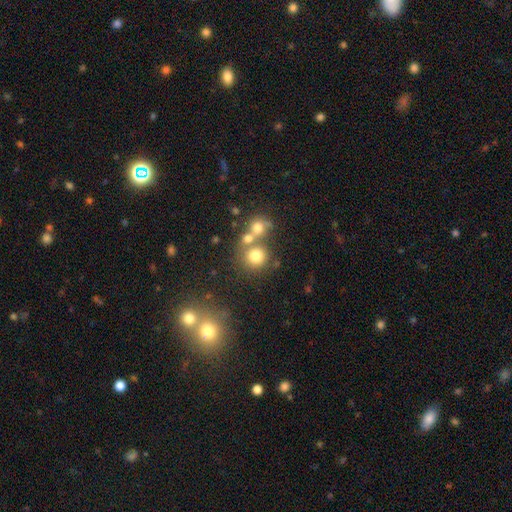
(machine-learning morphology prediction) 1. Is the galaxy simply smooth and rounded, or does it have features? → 74% smooth, 14% star or artifact, 12% featured or disk.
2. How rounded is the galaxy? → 86% round, 13% in between, 1% cigar-shaped.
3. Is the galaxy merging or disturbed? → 51% none, 36% merger, 8% minor disturbance, 5% major disturbance.